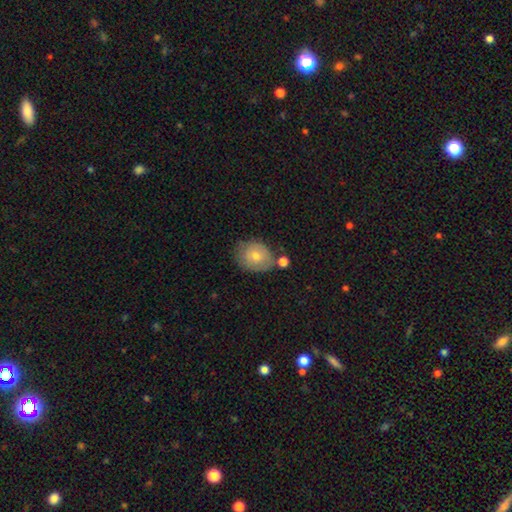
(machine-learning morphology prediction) smooth 68%, featured or disk 23%, star or artifact 9%. Down the decision tree: how rounded — round (65%); merging — none (68%).